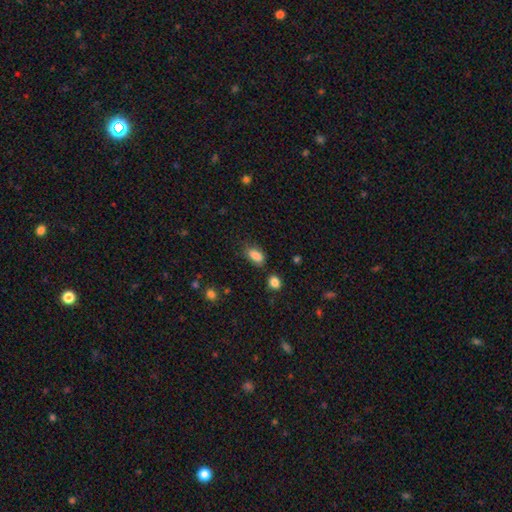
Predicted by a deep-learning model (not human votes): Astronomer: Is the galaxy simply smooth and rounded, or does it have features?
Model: smooth — 85%.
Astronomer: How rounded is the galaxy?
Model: in between — 88%.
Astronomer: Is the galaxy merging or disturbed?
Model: none — 67%.